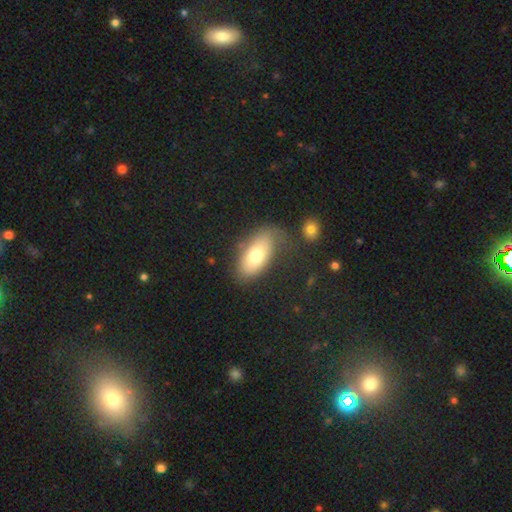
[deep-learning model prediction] A smooth galaxy with no disk features (75%) that is in between round and cigar-shaped (90%). Merging: none (62%).